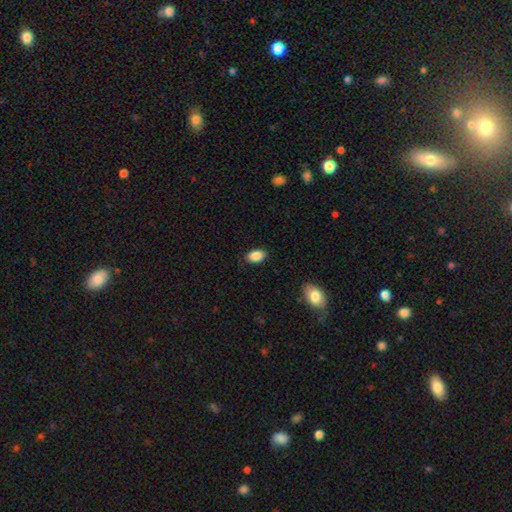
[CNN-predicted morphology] type=smooth (88%); roundness=in between (91%); merging=none (84%).